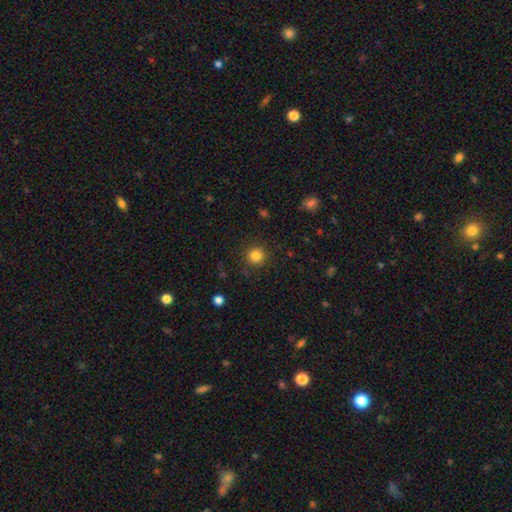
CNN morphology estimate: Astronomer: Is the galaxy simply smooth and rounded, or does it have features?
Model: smooth — 83%.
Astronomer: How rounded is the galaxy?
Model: round — 93%.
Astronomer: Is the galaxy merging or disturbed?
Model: none — 89%.